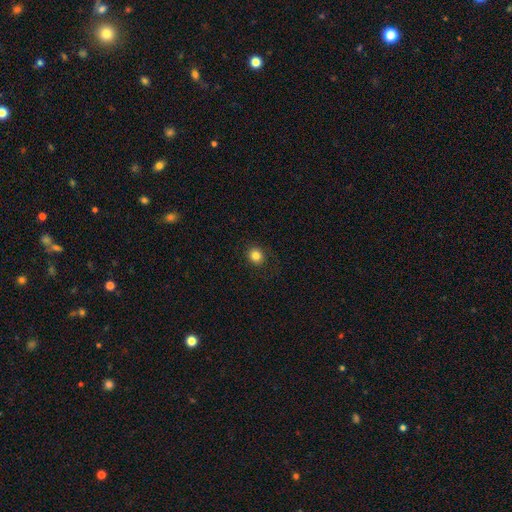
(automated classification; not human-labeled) Morphology: type=smooth (83%); roundness=round (83%); merging=none (88%).